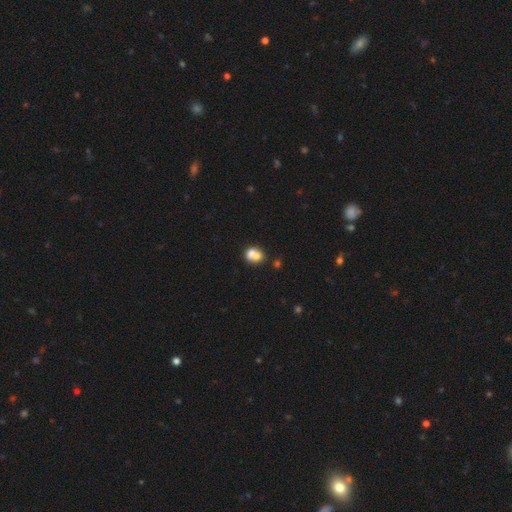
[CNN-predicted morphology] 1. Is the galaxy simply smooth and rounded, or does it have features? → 70% smooth, 20% featured or disk, 10% star or artifact.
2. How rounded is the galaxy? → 57% round, 41% in between, 1% cigar-shaped.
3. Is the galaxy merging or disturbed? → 59% merger, 29% none, 8% minor disturbance, 4% major disturbance.